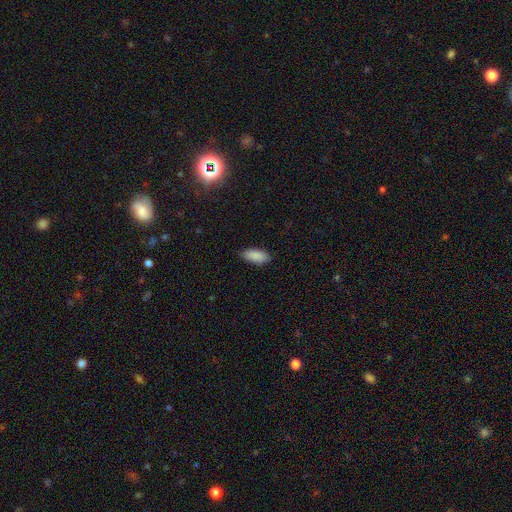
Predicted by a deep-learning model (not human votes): Morphology: type=smooth (90%); roundness=in between (87%); merging=none (85%).